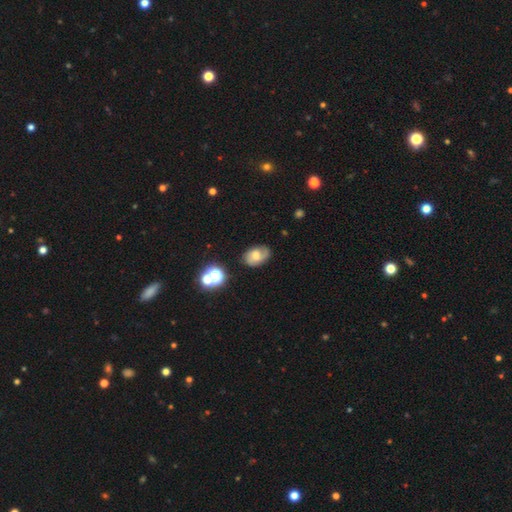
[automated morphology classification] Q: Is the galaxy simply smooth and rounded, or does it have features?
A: featured or disk — 50%.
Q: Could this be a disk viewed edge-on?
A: no — 96%.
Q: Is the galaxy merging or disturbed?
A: none — 70%.